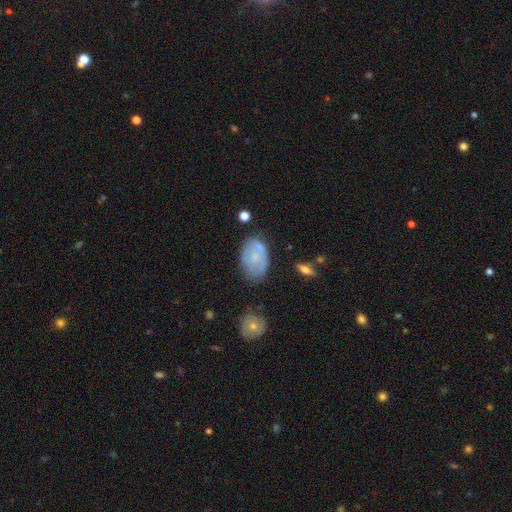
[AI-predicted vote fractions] A smooth galaxy with no disk features (48%).

Vote fractions:
- Smooth or featured? smooth: 48% / featured or disk: 44% / star or artifact: 8%
- Merging? none: 60% / minor disturbance: 27% / major disturbance: 8% / merger: 5%